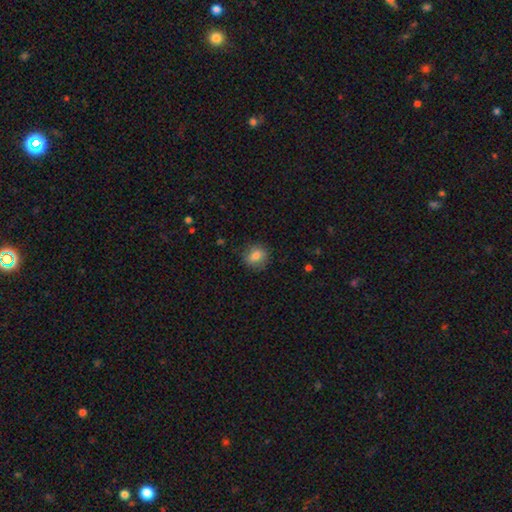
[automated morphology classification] This is clearly a smooth galaxy (81%). How rounded: likely round (68%). Merging: clearly none (82%).